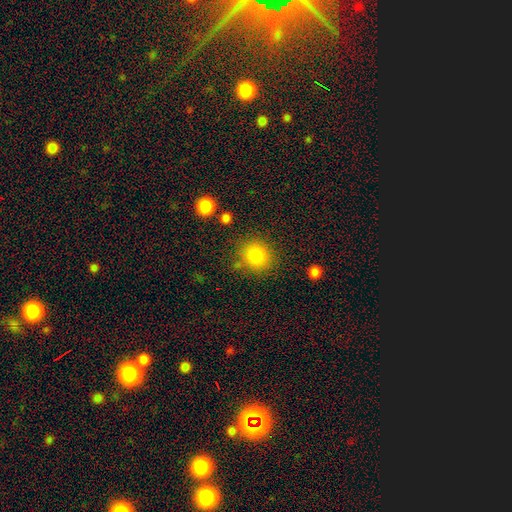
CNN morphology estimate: This appears to be a smooth galaxy with no disk features (83%) that is round (83%). Merging: none (81%).